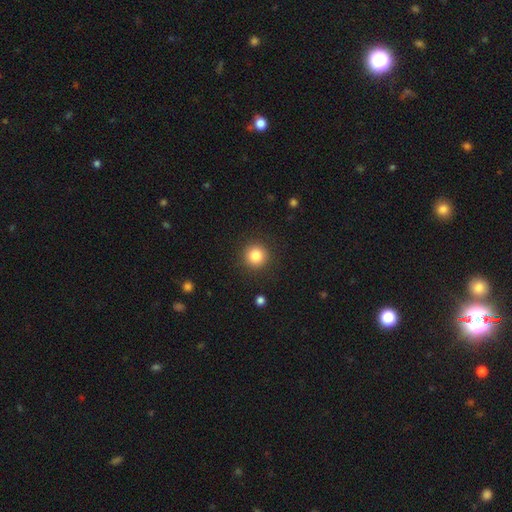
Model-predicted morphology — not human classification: Overall: smooth (83%). How rounded: round (95%). Merging: none (91%).